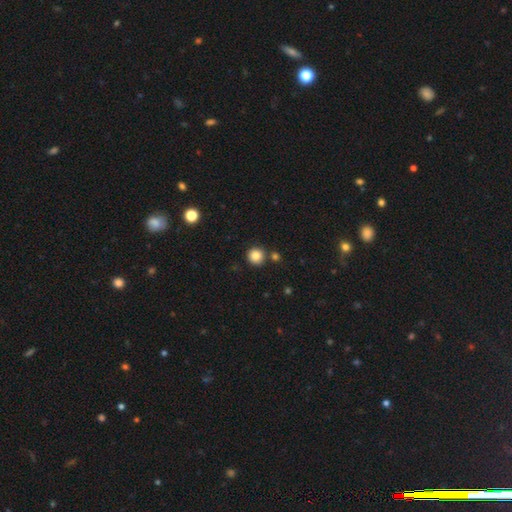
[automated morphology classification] This is clearly a smooth galaxy (85%). How rounded: clearly round (93%). Merging: clearly none (83%).